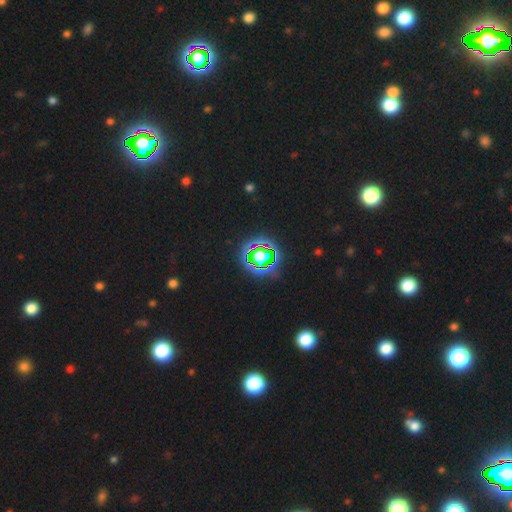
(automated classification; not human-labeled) Smooth or featured?
  - star or artifact: 64% *
  - smooth: 21%
  - featured or disk: 15%